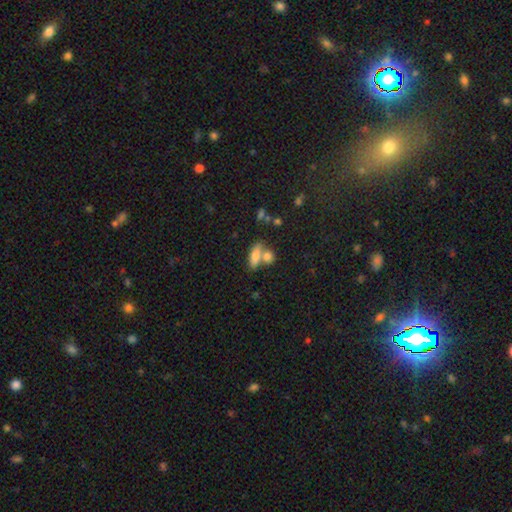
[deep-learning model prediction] Overall: smooth (75%). How rounded: in between (68%). Merging: none (44%; merger 41%).